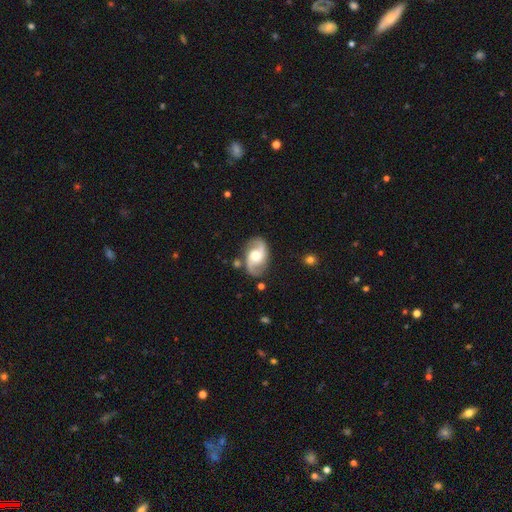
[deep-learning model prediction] Smooth or featured? Predicted: featured or disk (p=0.86). Edge-on disk? Predicted: no (p=0.97). Bar? Predicted: no (p=0.54). Spiral arms? Predicted: yes (p=0.96). Spiral winding? Predicted: medium (p=0.46). Spiral arm count? Predicted: 2 (p=0.94). Bulge size? Predicted: moderate (p=0.64). Merging? Predicted: none (p=0.81).